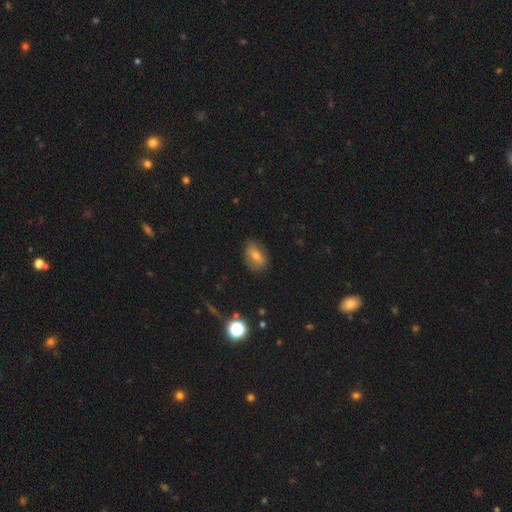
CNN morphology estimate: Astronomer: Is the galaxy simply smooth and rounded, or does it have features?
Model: smooth — 64%.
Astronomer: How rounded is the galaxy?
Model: in between — 82%.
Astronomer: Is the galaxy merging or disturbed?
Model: none — 79%.